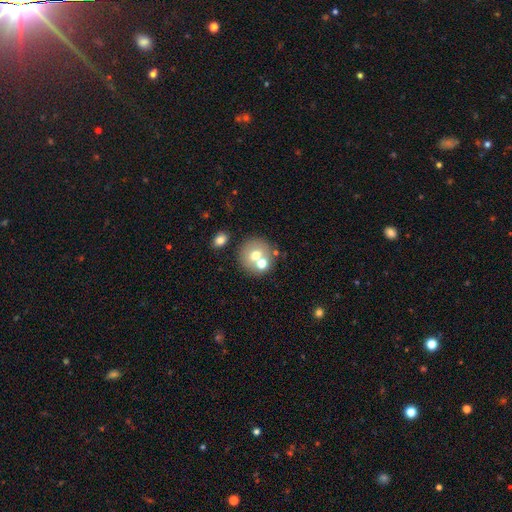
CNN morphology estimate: Smooth or featured: smooth — 65% (featured or disk — 22%)
How rounded: round — 89% (in between — 11%)
Merging: none — 60% (merger — 29%)